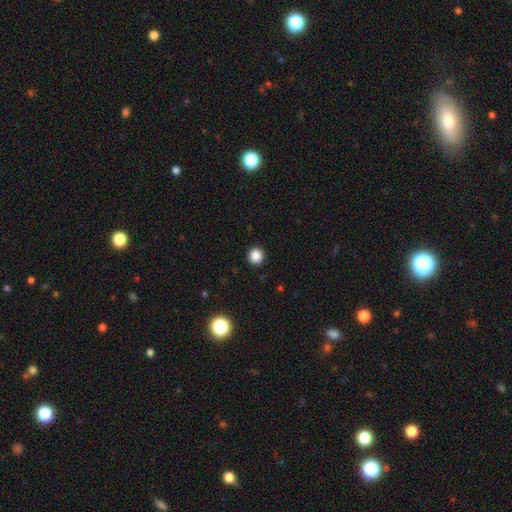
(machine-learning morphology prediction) A smooth galaxy with no disk features (86%) that is round (94%).

Vote fractions:
- Smooth or featured? smooth: 86% / star or artifact: 11% / featured or disk: 3%
- How rounded? round: 94% / in between: 5% / cigar-shaped: 1%
- Merging? none: 93% / minor disturbance: 4% / major disturbance: 2% / merger: 1%